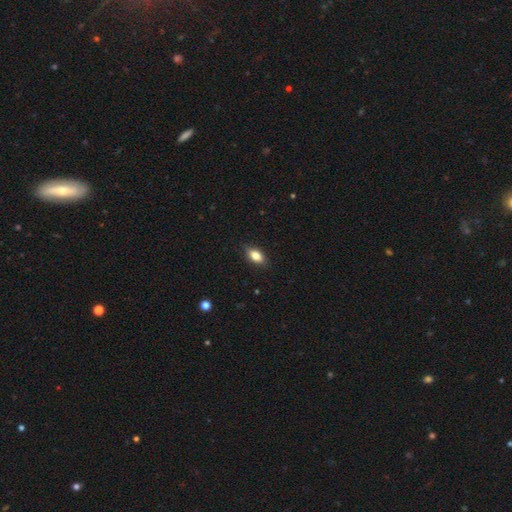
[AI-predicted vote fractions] smooth-or-featured: smooth: 78% | featured or disk: 14% | star or artifact: 8%
  how-rounded: in between: 85% | cigar-shaped: 9% | round: 6%
  merging: none: 85% | minor disturbance: 12% | major disturbance: 2% | merger: 1%